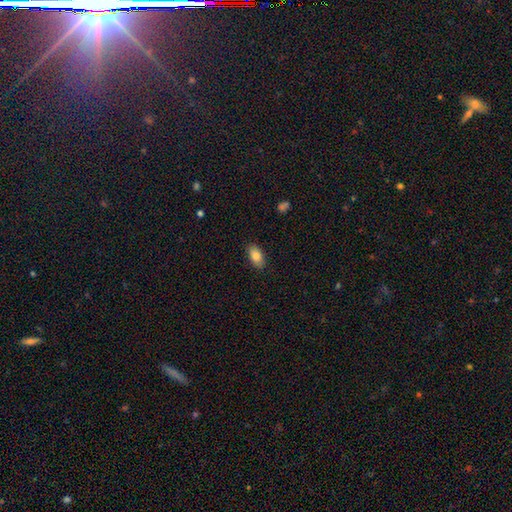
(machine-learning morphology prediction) Q: Smooth or featured?
A: smooth (84%); runner-up: featured or disk (9%)
Q: How rounded?
A: in between (92%); runner-up: round (4%)
Q: Merging?
A: none (87%); runner-up: minor disturbance (9%)